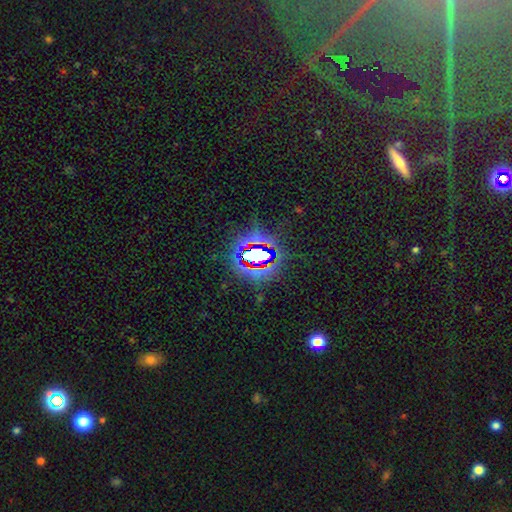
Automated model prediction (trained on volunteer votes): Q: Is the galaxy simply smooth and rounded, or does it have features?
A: star or artifact — 77%.